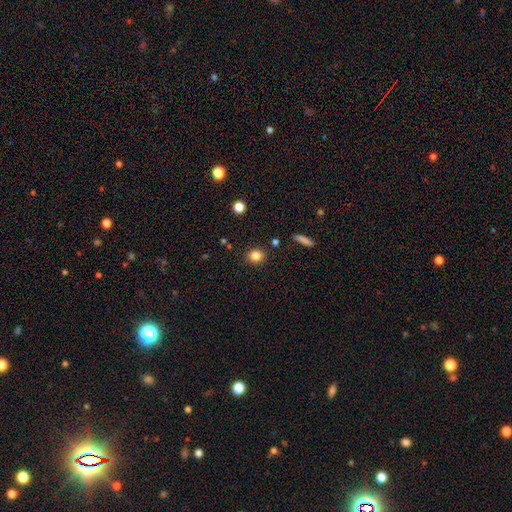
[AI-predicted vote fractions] smooth_or_featured: smooth (p=0.83) [alt: star or artifact p=0.11]
how_rounded: round (p=0.78) [alt: in between p=0.21]
merging: none (p=0.87) [alt: minor disturbance p=0.08]